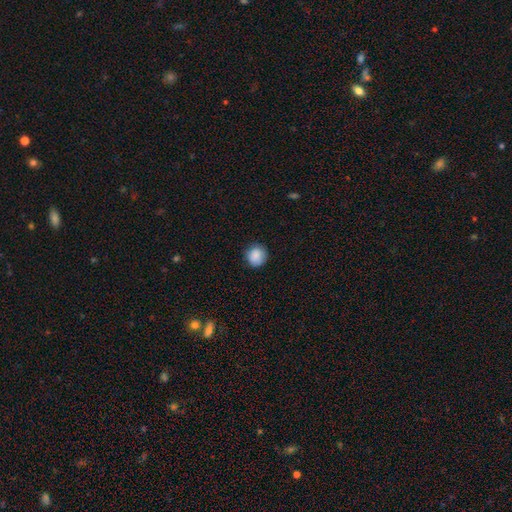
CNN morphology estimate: smooth 88%, star or artifact 8%, featured or disk 4%. Down the decision tree: how rounded — round (90%); merging — none (85%).